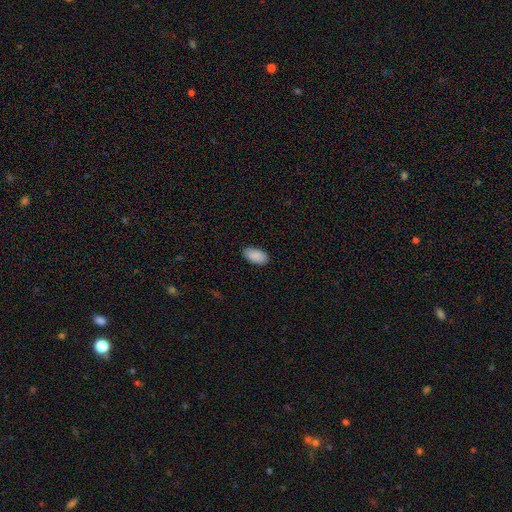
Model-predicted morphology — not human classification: This is clearly a smooth galaxy (90%). How rounded: clearly in between (96%). Merging: clearly none (87%).